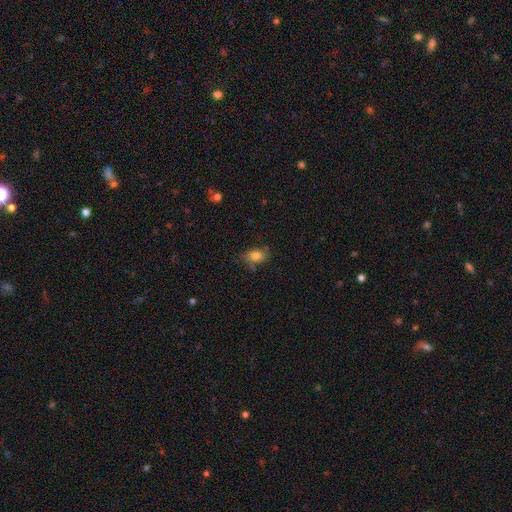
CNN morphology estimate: smooth-or-featured: smooth: 76% | featured or disk: 13% | star or artifact: 11%
  how-rounded: in between: 79% | round: 18% | cigar-shaped: 3%
  merging: none: 66% | minor disturbance: 23% | major disturbance: 7% | merger: 5%